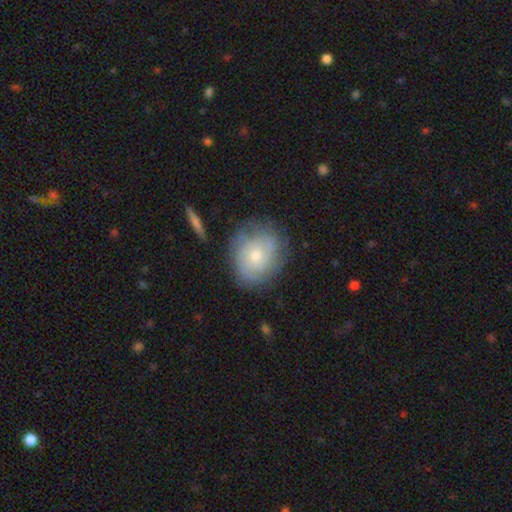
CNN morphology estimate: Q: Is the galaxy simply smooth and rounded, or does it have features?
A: featured or disk — 50%.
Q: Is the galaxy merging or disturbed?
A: none — 74%.